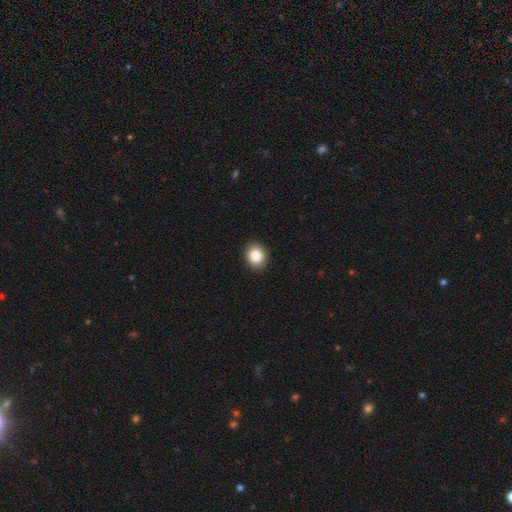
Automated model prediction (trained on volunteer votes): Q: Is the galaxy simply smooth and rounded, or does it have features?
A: smooth — 87%.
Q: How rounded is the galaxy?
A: round — 58%.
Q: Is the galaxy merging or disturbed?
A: none — 89%.